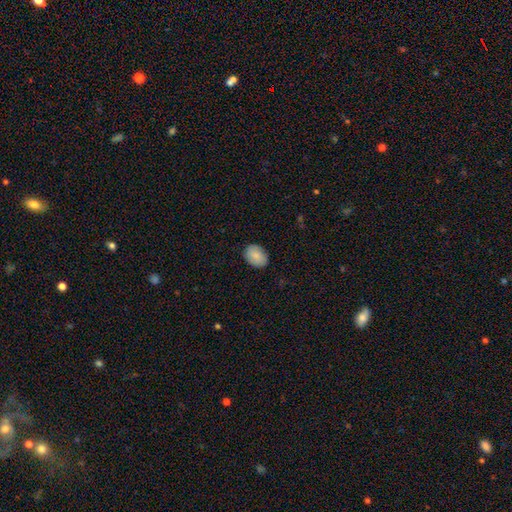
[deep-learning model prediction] Q: Smooth or featured?
A: smooth (84%); runner-up: featured or disk (9%)
Q: How rounded?
A: in between (72%); runner-up: round (27%)
Q: Merging?
A: none (86%); runner-up: minor disturbance (10%)